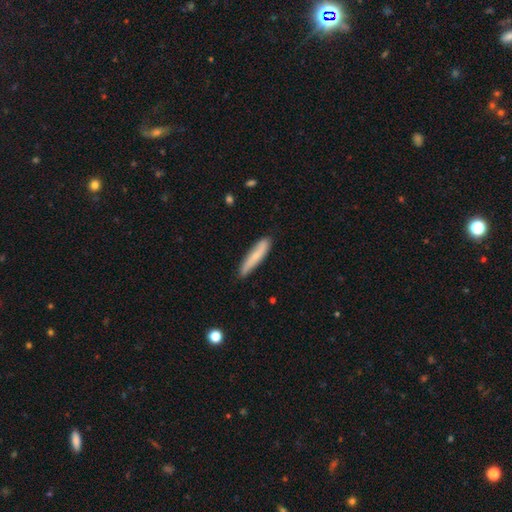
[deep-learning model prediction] Smooth or featured?
  - smooth: 65% *
  - featured or disk: 29%
  - star or artifact: 6%
How rounded?
  - cigar-shaped: 88% *
  - in between: 11%
  - round: 1%
Merging?
  - none: 82% *
  - minor disturbance: 15%
  - major disturbance: 2%
  - merger: 1%